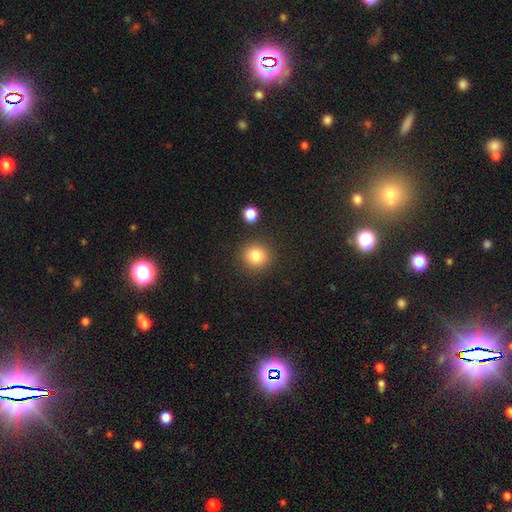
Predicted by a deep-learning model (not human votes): smooth-or-featured: smooth: 82% | star or artifact: 11% | featured or disk: 6%
  how-rounded: round: 91% | in between: 8% | cigar-shaped: 1%
  merging: none: 87% | minor disturbance: 7% | merger: 3% | major disturbance: 3%